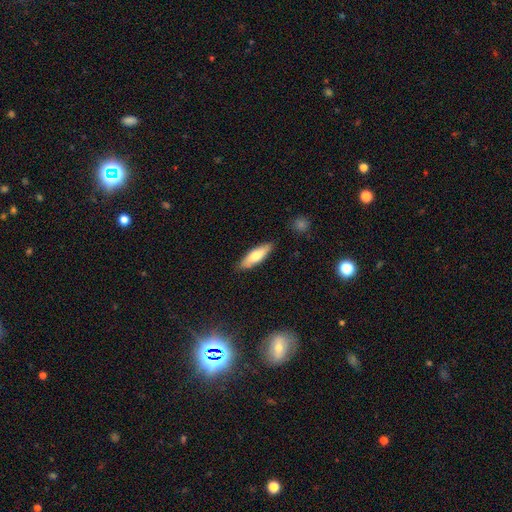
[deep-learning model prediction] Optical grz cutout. It shows a smooth galaxy with no disk features (70%) that is cigar-shaped (53%). Merging: none (86%).